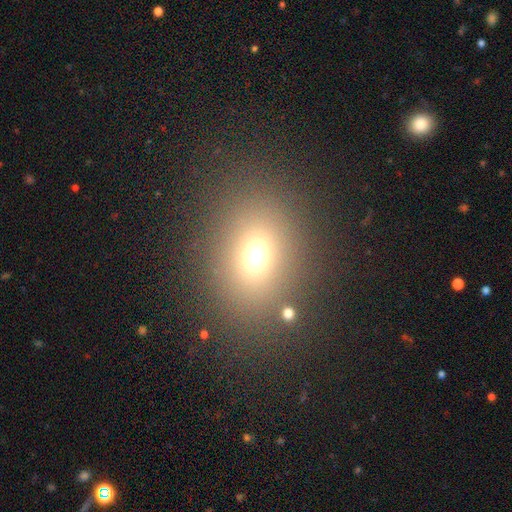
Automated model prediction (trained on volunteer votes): Q: Smooth or featured?
A: smooth (67%); runner-up: star or artifact (22%)
Q: How rounded?
A: round (52%); runner-up: in between (47%)
Q: Merging?
A: none (81%); runner-up: minor disturbance (9%)